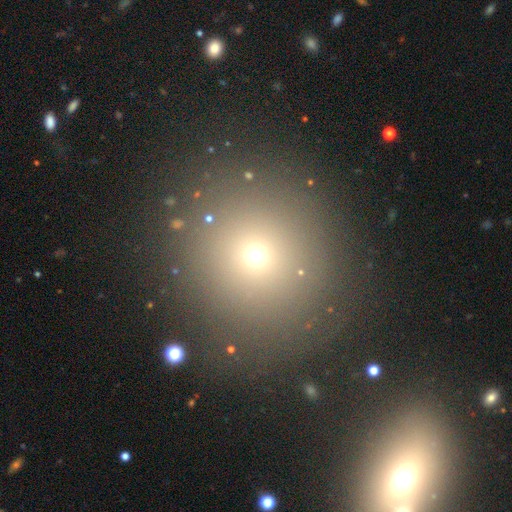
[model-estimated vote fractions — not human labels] Smooth or featured?
  - smooth: 64% *
  - star or artifact: 27%
  - featured or disk: 9%
How rounded?
  - round: 91% *
  - in between: 8%
  - cigar-shaped: 1%
Merging?
  - none: 84% *
  - merger: 6%
  - minor disturbance: 6%
  - major disturbance: 3%